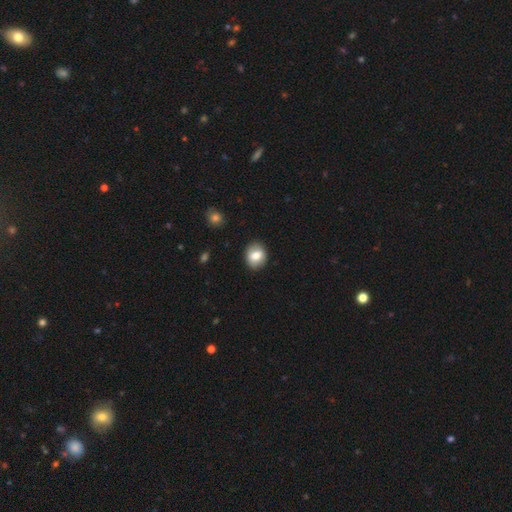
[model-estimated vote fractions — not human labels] This appears to be a smooth galaxy with no disk features (74%) that is round (60%). Merging: none (86%).